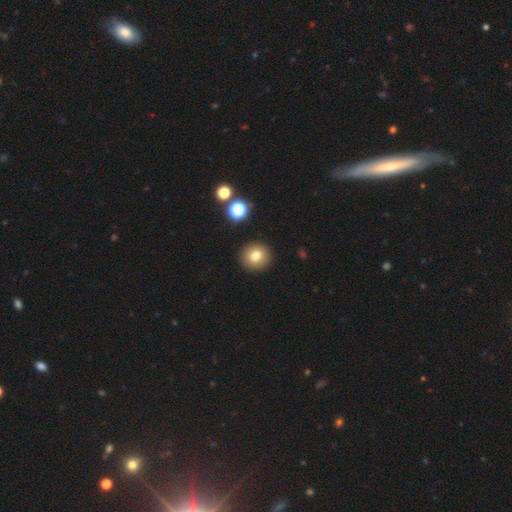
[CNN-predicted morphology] Overall: smooth (78%). How rounded: round (93%). Merging: none (91%).